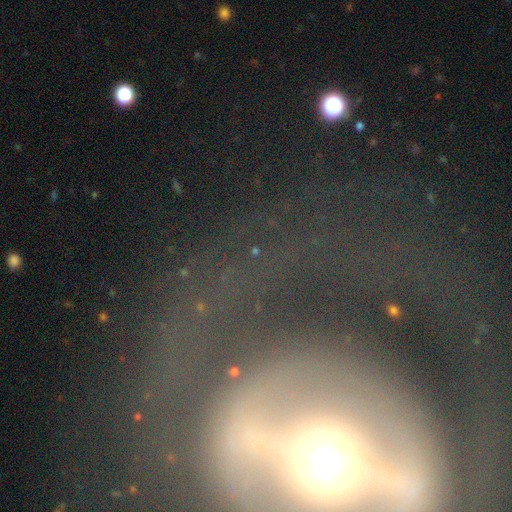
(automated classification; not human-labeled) Smooth or featured?
  - featured or disk: 71% *
  - smooth: 17%
  - star or artifact: 12%
Edge-on disk?
  - no: 86% *
  - yes: 14%
Bar?
  - strong: 49% *
  - no: 28%
  - weak: 22%
Spiral arms?
  - no: 54% *
  - yes: 46%
Bulge size?
  - moderate: 61% *
  - small: 16%
  - large: 16%
  - dominant: 5%
  - none: 2%
Merging?
  - none: 63% *
  - major disturbance: 22%
  - minor disturbance: 12%
  - merger: 3%